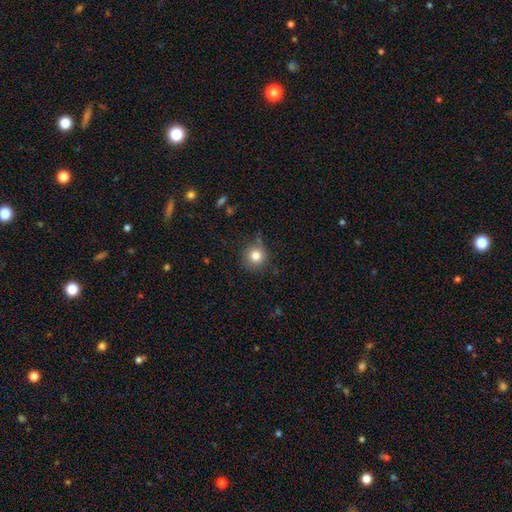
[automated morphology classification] This is clearly a smooth galaxy (82%). How rounded: clearly round (93%). Merging: clearly none (81%).